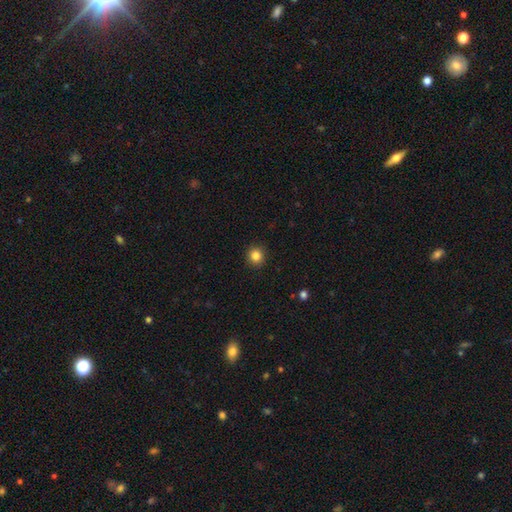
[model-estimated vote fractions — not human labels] This appears to be a smooth galaxy with no disk features (84%) that is round (92%). Merging: none (92%).